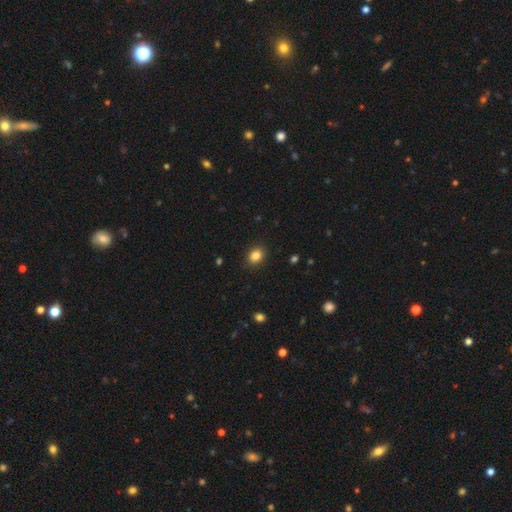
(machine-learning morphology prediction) Smooth or featured: smooth — 86% (star or artifact — 9%)
How rounded: in between — 60% (round — 39%)
Merging: none — 89% (minor disturbance — 8%)